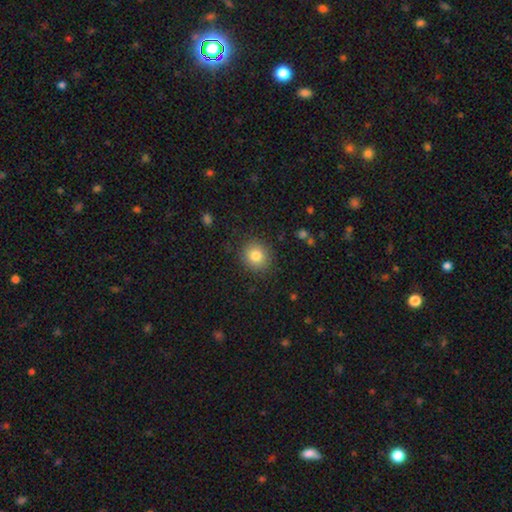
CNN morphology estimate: Smooth or featured? Predicted: smooth (p=0.81). How rounded? Predicted: round (p=0.84). Merging? Predicted: none (p=0.87).